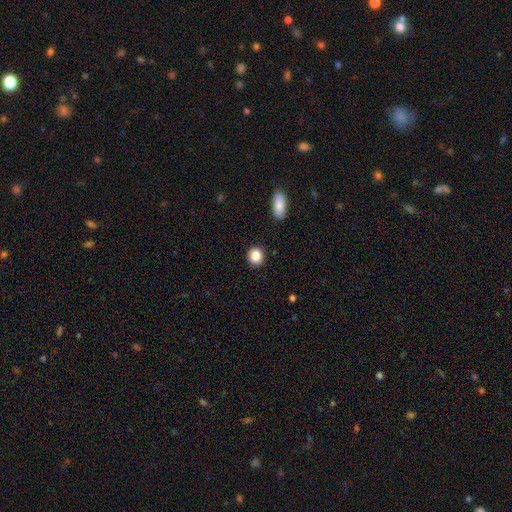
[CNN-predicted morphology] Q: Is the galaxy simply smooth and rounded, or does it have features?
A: smooth — 88%.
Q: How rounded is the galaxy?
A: round — 79%.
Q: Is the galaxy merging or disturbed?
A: none — 90%.